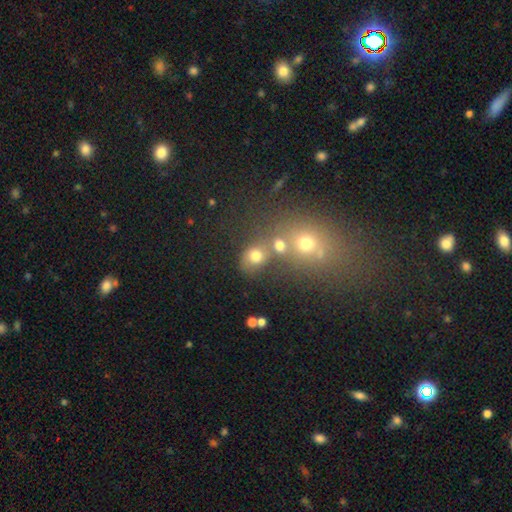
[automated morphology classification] A smooth galaxy with no disk features (70%) that is round (69%).

Vote fractions:
- Smooth or featured? smooth: 70% / star or artifact: 18% / featured or disk: 11%
- How rounded? round: 69% / in between: 30% / cigar-shaped: 1%
- Merging? none: 50% / merger: 32% / minor disturbance: 11% / major disturbance: 7%